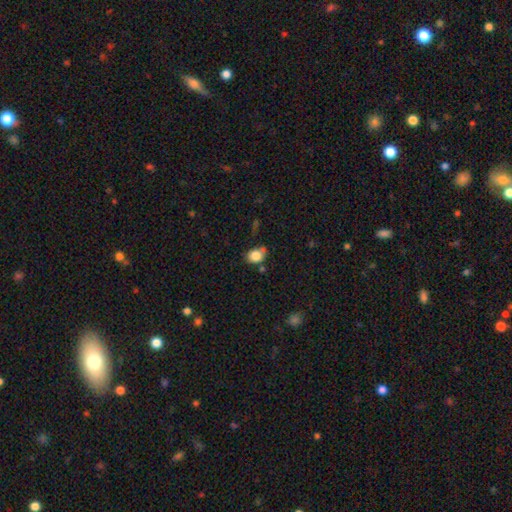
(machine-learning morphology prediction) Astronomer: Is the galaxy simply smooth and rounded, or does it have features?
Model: smooth — 83%.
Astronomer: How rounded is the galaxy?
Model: round — 51% (runner-up: in between, 48%).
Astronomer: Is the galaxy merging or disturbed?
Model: none — 62%.